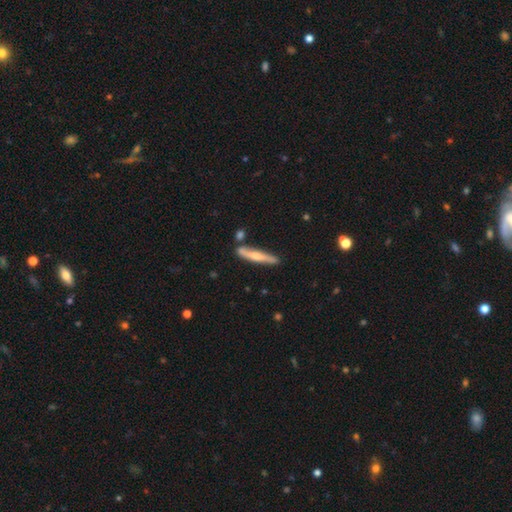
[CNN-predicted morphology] Smooth or featured? Predicted: smooth (p=0.49). Merging? Predicted: none (p=0.78).